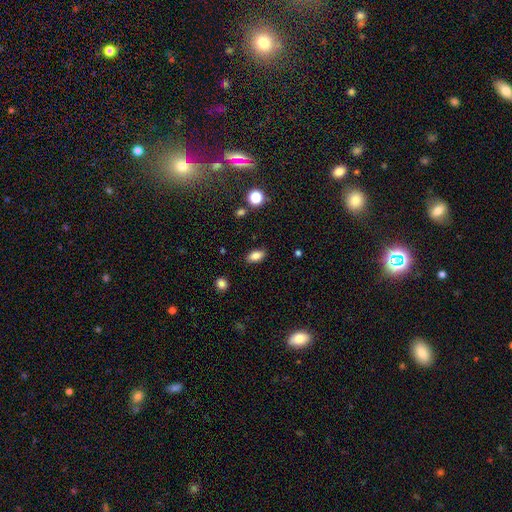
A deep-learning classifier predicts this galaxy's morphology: Q: Smooth or featured?
A: smooth (84%); runner-up: star or artifact (9%)
Q: How rounded?
A: in between (89%); runner-up: cigar-shaped (6%)
Q: Merging?
A: none (87%); runner-up: minor disturbance (9%)